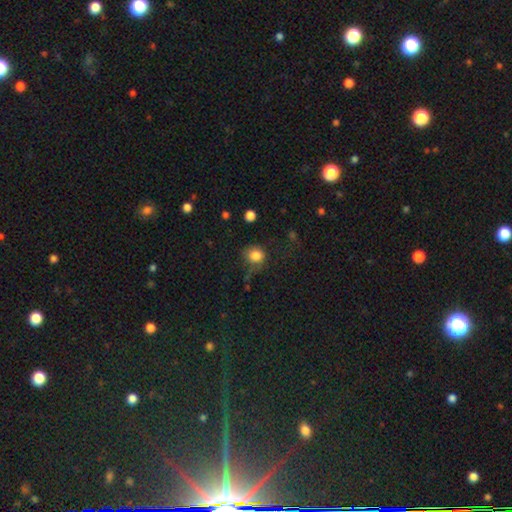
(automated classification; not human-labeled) Q: Smooth or featured?
A: smooth (83%); runner-up: star or artifact (11%)
Q: How rounded?
A: round (82%); runner-up: in between (17%)
Q: Merging?
A: none (63%); runner-up: minor disturbance (23%)